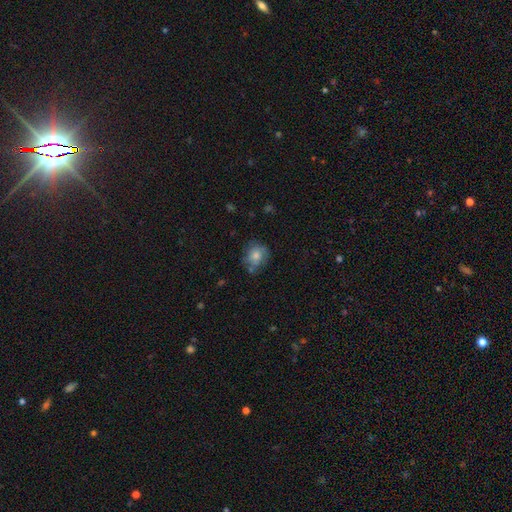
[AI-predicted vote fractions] smooth 68%, featured or disk 23%, star or artifact 9%. Down the decision tree: how rounded — round (66%); merging — none (58%).